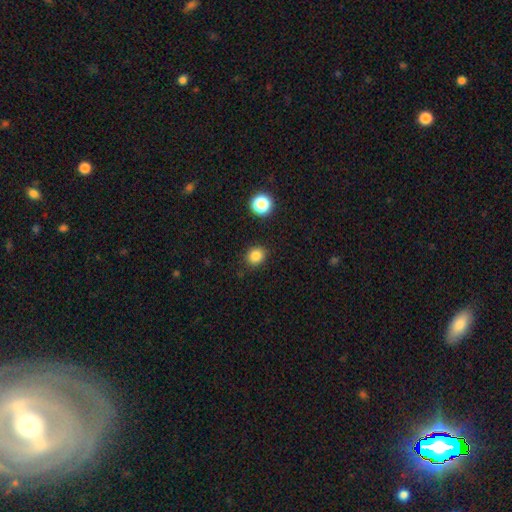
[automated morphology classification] The model was most divided on "how rounded": round: 71%, in between: 28%, cigar-shaped: 1%. More confident: merging — none (88%); smooth or featured — smooth (84%).